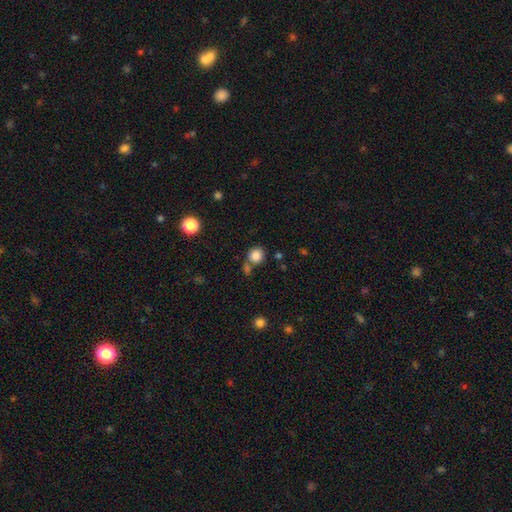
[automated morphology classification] A smooth galaxy with no disk features (85%) that is round (88%).

Vote fractions:
- Smooth or featured? smooth: 85% / star or artifact: 10% / featured or disk: 5%
- How rounded? round: 88% / in between: 11% / cigar-shaped: 1%
- Merging? none: 67% / merger: 19% / minor disturbance: 10% / major disturbance: 4%